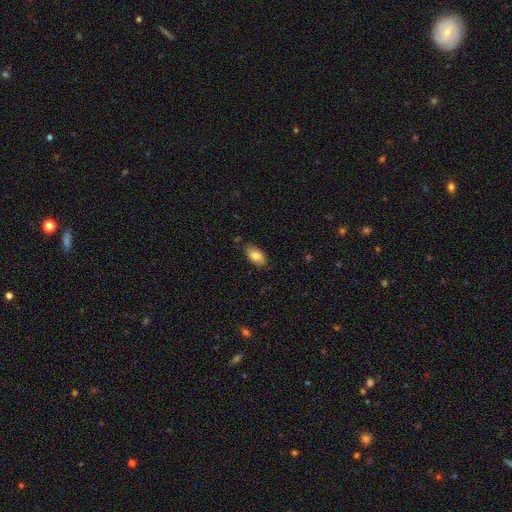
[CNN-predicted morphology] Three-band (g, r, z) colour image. It shows a smooth galaxy with no disk features (83%) that is in between round and cigar-shaped (92%). Merging: none (80%).